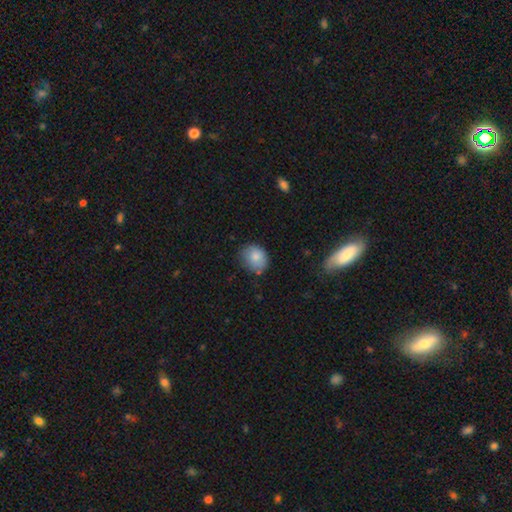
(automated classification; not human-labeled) A smooth galaxy with no disk features (83%) that is round (56%). Merging: none (69%).